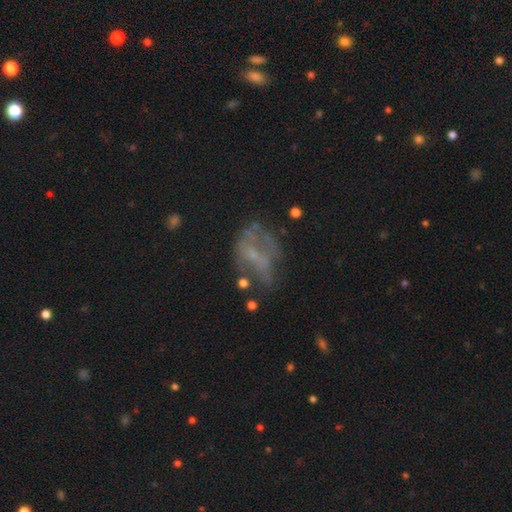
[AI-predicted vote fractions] smooth_or_featured: featured or disk (p=0.55) [alt: smooth p=0.27]
disk_edge_on: no (p=0.96) [alt: yes p=0.04]
bar: no (p=0.66) [alt: weak p=0.26]
has_spiral_arms: no (p=0.74) [alt: yes p=0.26]
bulge_size: small (p=0.45) [alt: none p=0.39]
merging: none (p=0.37) [alt: major disturbance p=0.33]